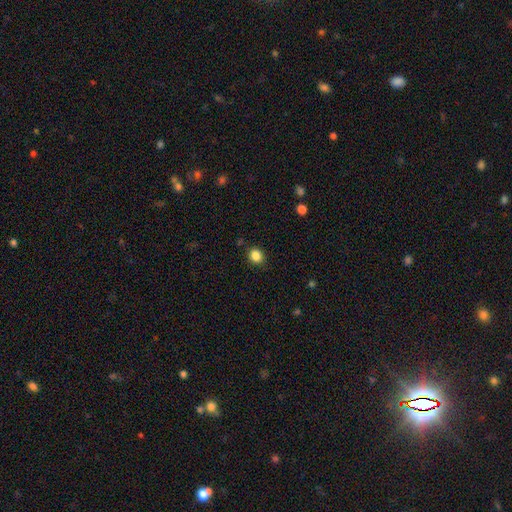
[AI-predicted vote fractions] A smooth galaxy with no disk features (86%) that is round (74%). Merging: none (87%).